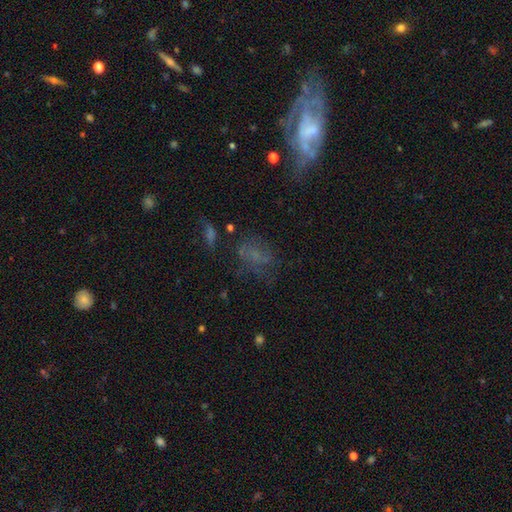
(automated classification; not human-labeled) This appears to be a smooth galaxy with no disk features (42%). Merging: none (46%).